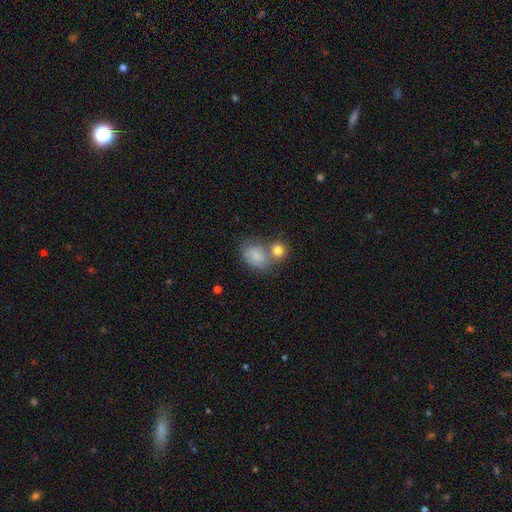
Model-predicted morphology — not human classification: smooth-or-featured: smooth: 82% | featured or disk: 10% | star or artifact: 8%
  how-rounded: in between: 67% | round: 32% | cigar-shaped: 1%
  merging: merger: 41% | none: 35% | minor disturbance: 16% | major disturbance: 8%